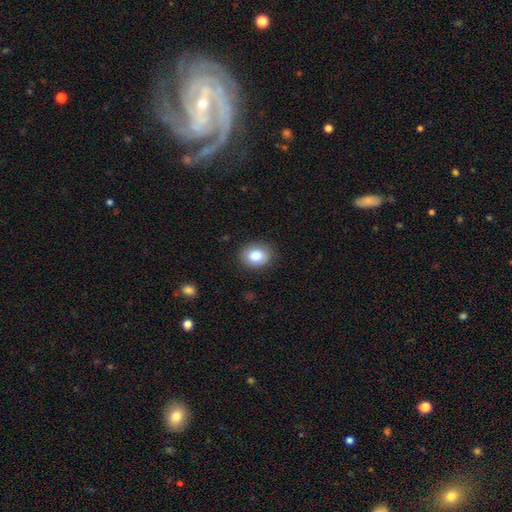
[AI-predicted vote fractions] This appears to be a smooth galaxy with no disk features (84%) that is round (53%). Merging: none (86%).